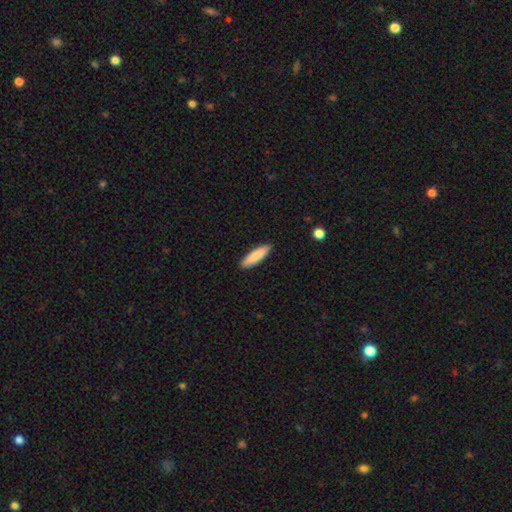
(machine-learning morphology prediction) Smooth or featured: smooth — 85% (featured or disk — 10%)
How rounded: cigar-shaped — 76% (in between — 22%)
Merging: none — 90% (minor disturbance — 7%)